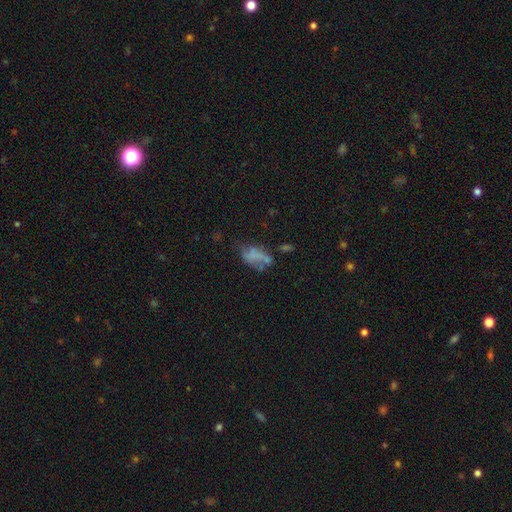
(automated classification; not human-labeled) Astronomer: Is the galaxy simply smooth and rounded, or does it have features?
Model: smooth — 47% (runner-up: featured or disk, 37%).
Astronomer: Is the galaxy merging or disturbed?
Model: none — 32% (runner-up: major disturbance, 28%).